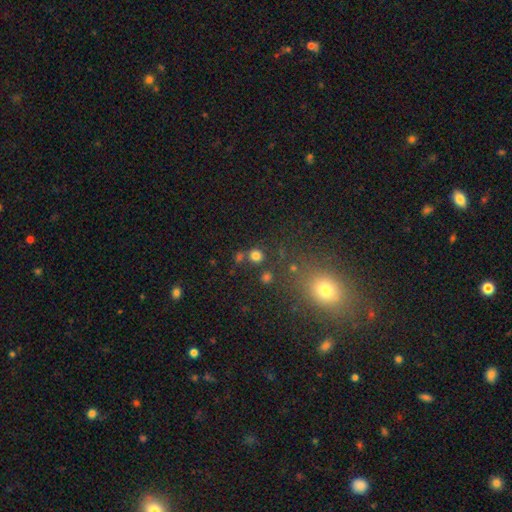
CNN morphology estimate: Smooth or featured?
  - smooth: 76% *
  - star or artifact: 18%
  - featured or disk: 6%
How rounded?
  - round: 90% *
  - in between: 9%
  - cigar-shaped: 1%
Merging?
  - none: 76% *
  - merger: 13%
  - minor disturbance: 8%
  - major disturbance: 4%